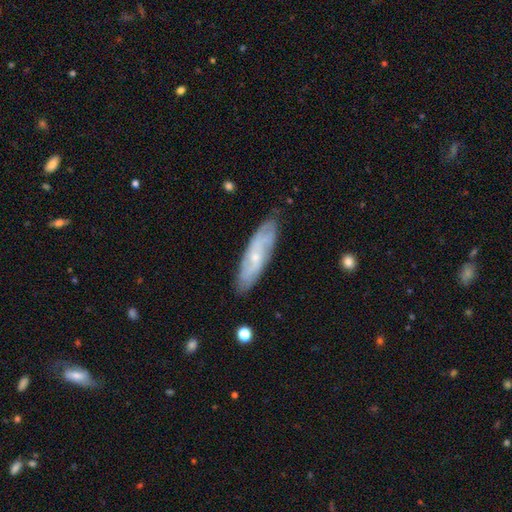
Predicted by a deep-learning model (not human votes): featured or disk 66%, smooth 27%, star or artifact 7%. Down the decision tree: edge-on disk — no (75%); merging — none (81%).